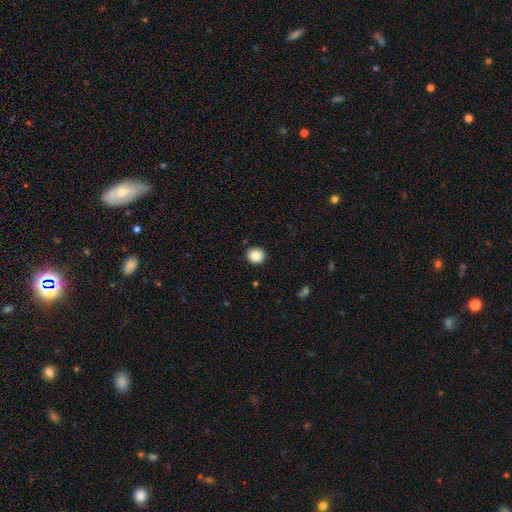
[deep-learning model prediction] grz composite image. It shows a smooth galaxy with no disk features (87%) that is round (86%). Merging: none (91%).